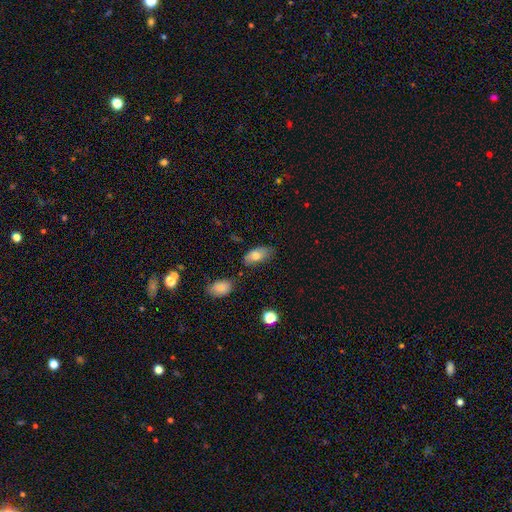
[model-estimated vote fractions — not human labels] smooth-or-featured: smooth: 74% | featured or disk: 18% | star or artifact: 8%
  how-rounded: in between: 92% | round: 4% | cigar-shaped: 4%
  merging: none: 65% | minor disturbance: 25% | major disturbance: 6% | merger: 4%